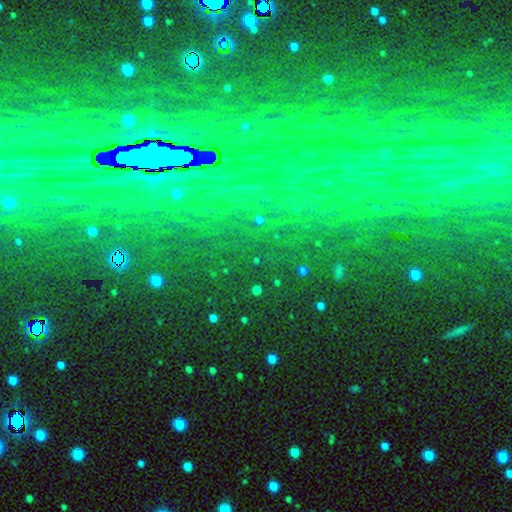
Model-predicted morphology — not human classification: This is clearly a star or artifact rather than a galaxy (84%).